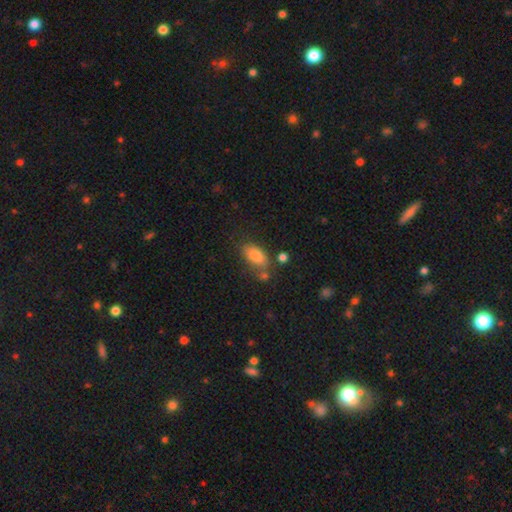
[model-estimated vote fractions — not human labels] Overall: smooth (82%). How rounded: in between (89%). Merging: none (63%).